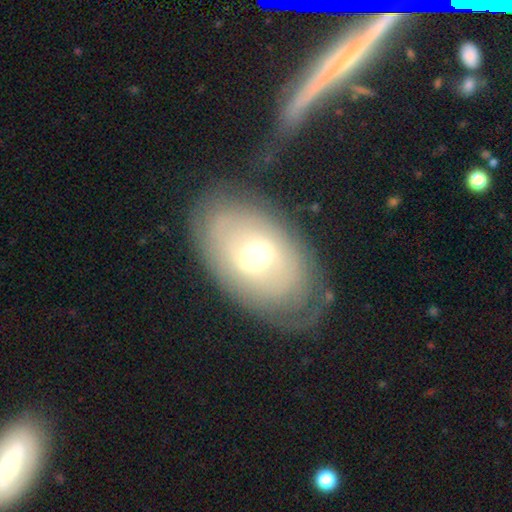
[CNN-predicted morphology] Smooth or featured? featured or disk (52%)
Edge-on disk? no (89%)
Merging? none (72%)